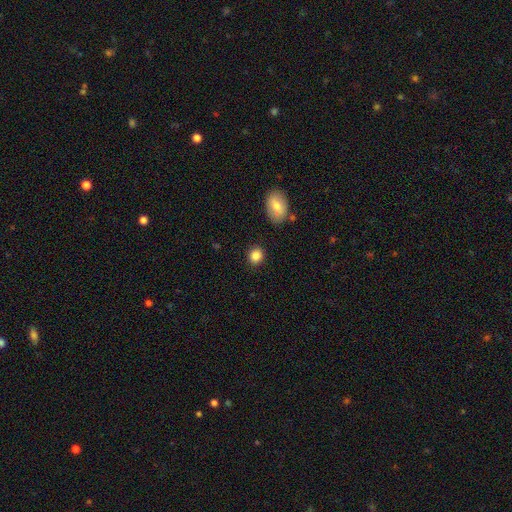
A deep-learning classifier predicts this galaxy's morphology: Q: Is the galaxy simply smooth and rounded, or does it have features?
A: smooth — 85%.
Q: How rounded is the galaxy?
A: round — 79%.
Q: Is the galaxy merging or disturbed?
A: none — 88%.